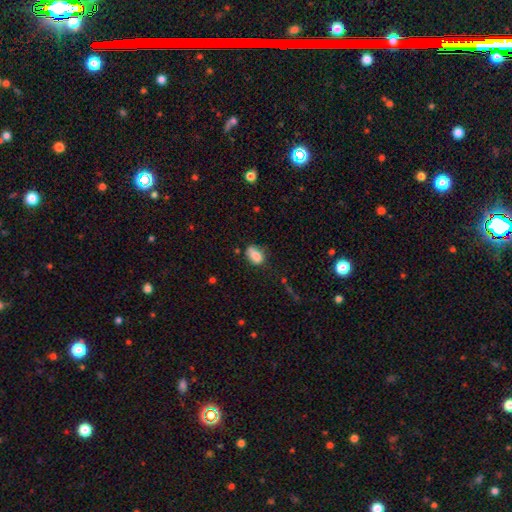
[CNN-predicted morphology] Smooth or featured: smooth — 82% (featured or disk — 9%)
How rounded: in between — 84% (round — 14%)
Merging: none — 52% (minor disturbance — 32%)